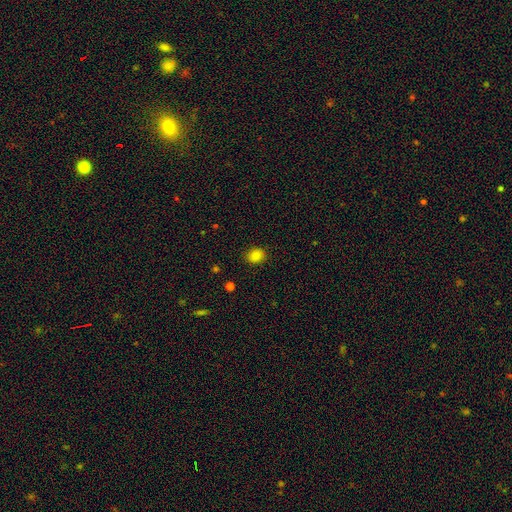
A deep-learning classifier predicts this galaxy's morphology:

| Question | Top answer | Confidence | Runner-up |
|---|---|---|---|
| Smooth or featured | smooth | 83% | star or artifact (12%) |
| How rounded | round | 66% | in between (33%) |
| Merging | none | 89% | minor disturbance (8%) |